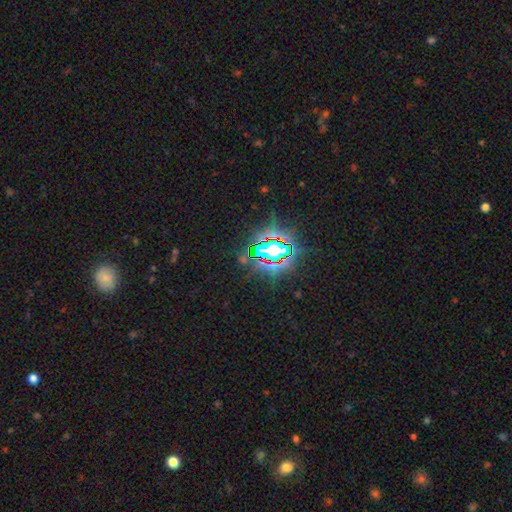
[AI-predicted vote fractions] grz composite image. It shows a star or artifact, not a galaxy (81%).